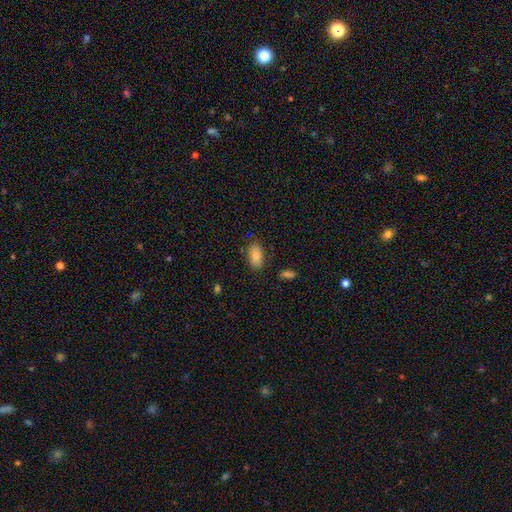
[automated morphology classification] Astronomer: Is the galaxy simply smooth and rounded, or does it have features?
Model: smooth — 85%.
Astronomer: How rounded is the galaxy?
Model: in between — 92%.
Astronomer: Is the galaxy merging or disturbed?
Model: none — 80%.